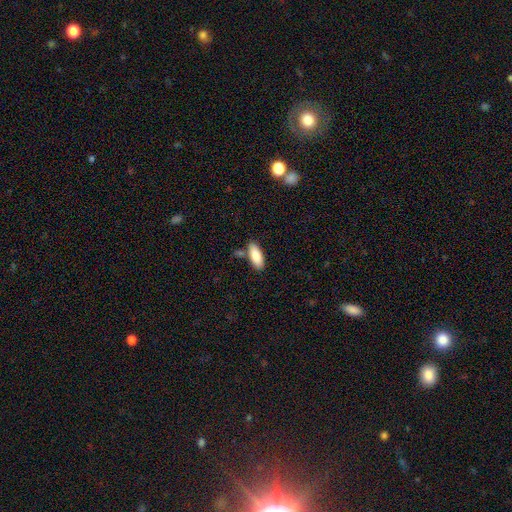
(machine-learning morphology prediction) smooth_or_featured: smooth (p=0.85) [alt: featured or disk p=0.09]
how_rounded: in between (p=0.78) [alt: cigar-shaped p=0.20]
merging: none (p=0.77) [alt: minor disturbance p=0.13]